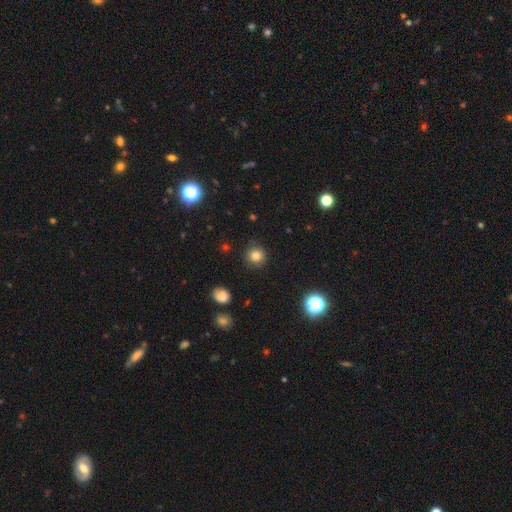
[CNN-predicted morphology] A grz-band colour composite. It shows a smooth galaxy with no disk features (82%) that is round (92%). Merging: none (87%).